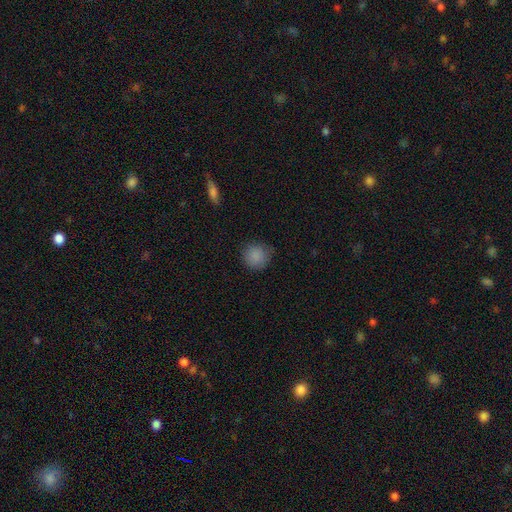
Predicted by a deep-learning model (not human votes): The model was most divided on "merging": none: 82%, minor disturbance: 13%, major disturbance: 3%, merger: 1%. More confident: how rounded — round (92%); smooth or featured — smooth (87%).